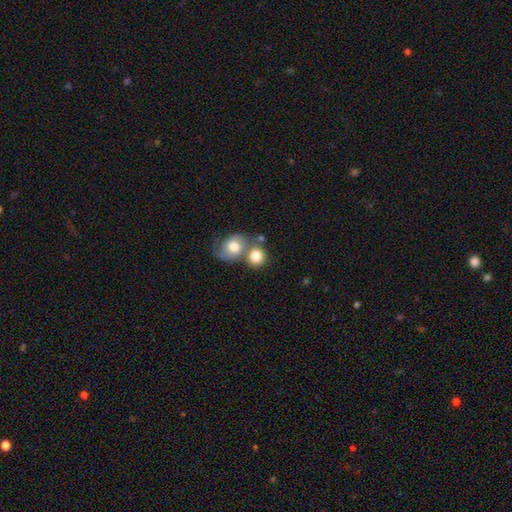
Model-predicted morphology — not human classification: This is likely a smooth galaxy (77%). How rounded: likely round (73%). Merging: possibly merger (48%).